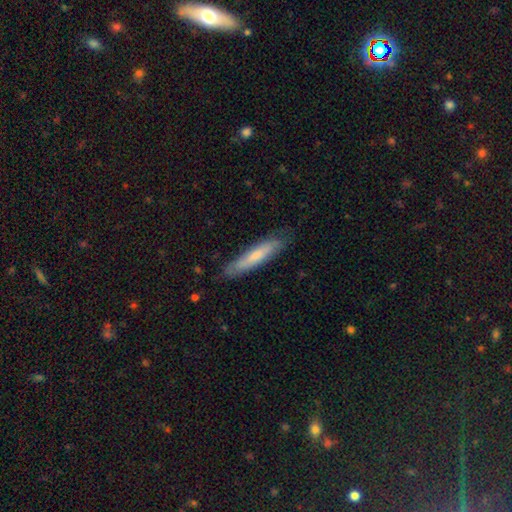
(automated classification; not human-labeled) Q: Smooth or featured?
A: smooth (66%); runner-up: featured or disk (29%)
Q: How rounded?
A: cigar-shaped (87%); runner-up: in between (11%)
Q: Merging?
A: none (80%); runner-up: minor disturbance (16%)